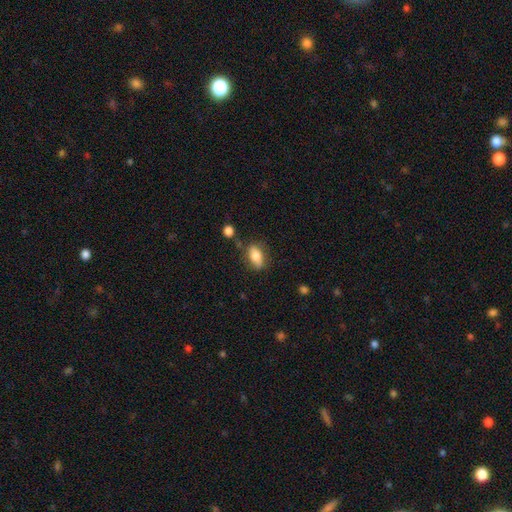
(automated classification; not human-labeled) Smooth or featured? smooth (74%)
How rounded? in between (84%)
Merging? none (68%)